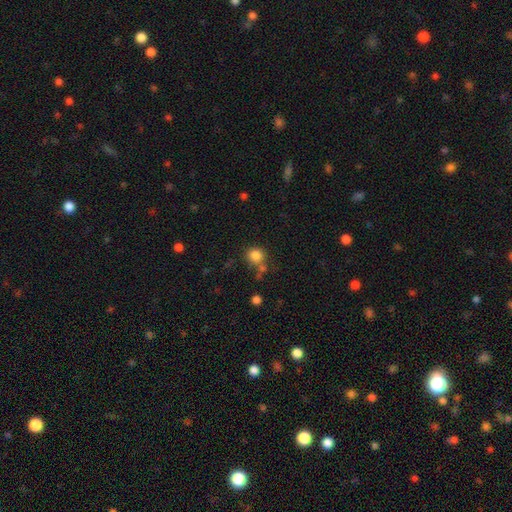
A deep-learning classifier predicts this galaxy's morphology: Smooth or featured?
  - smooth: 83% *
  - star or artifact: 11%
  - featured or disk: 6%
How rounded?
  - round: 86% *
  - in between: 13%
  - cigar-shaped: 1%
Merging?
  - none: 66% *
  - merger: 16%
  - minor disturbance: 13%
  - major disturbance: 5%